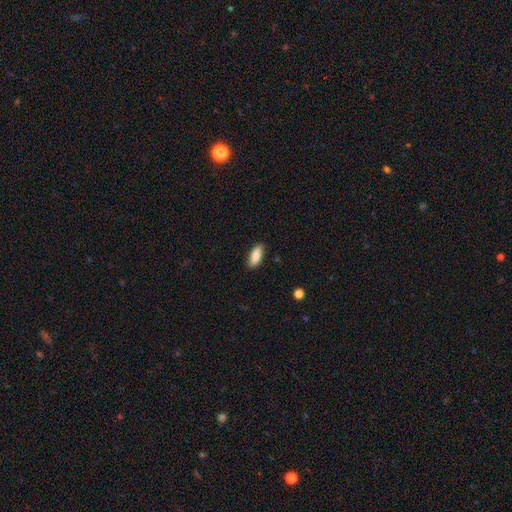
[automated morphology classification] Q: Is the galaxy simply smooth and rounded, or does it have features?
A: smooth — 85%.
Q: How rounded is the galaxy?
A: in between — 79%.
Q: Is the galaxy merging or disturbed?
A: none — 85%.